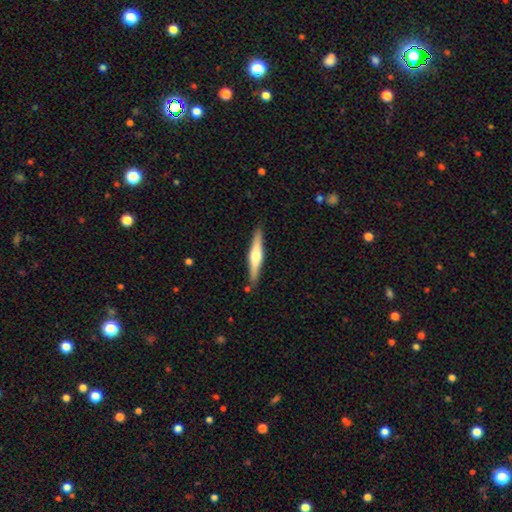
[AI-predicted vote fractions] A featured or disk galaxy (61%) viewed edge-on (97%) with a rounded central bulge (90%).

Vote fractions:
- Smooth or featured? featured or disk: 61% / smooth: 34% / star or artifact: 5%
- Edge-on disk? yes: 97% / no: 3%
- Edge-on bulge? rounded: 90% / boxy: 6% / none: 4%
- Merging? none: 87% / minor disturbance: 9% / merger: 2% / major disturbance: 2%